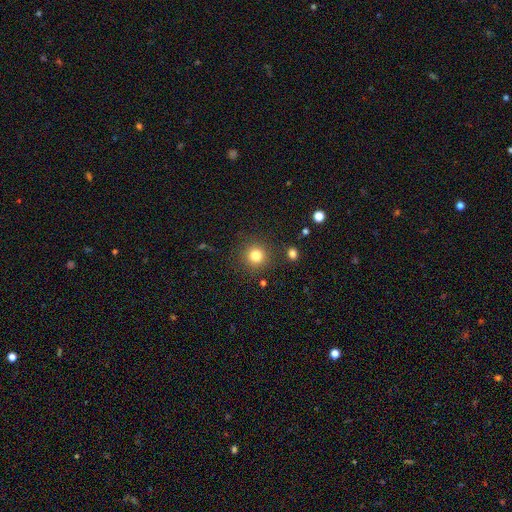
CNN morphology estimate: The model was most divided on "smooth or featured": smooth: 81%, star or artifact: 13%, featured or disk: 6%. More confident: how rounded — round (94%); merging — none (88%).